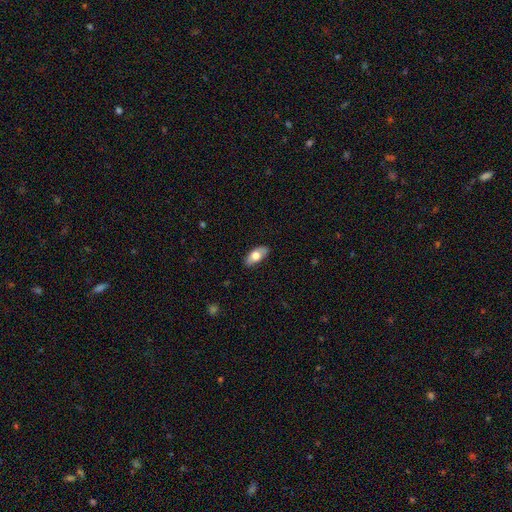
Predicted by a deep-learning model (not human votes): A smooth galaxy with no disk features (70%) that is in between round and cigar-shaped (88%).

Vote fractions:
- Smooth or featured? smooth: 70% / featured or disk: 24% / star or artifact: 6%
- How rounded? in between: 88% / cigar-shaped: 9% / round: 3%
- Merging? none: 86% / minor disturbance: 11% / major disturbance: 2% / merger: 1%